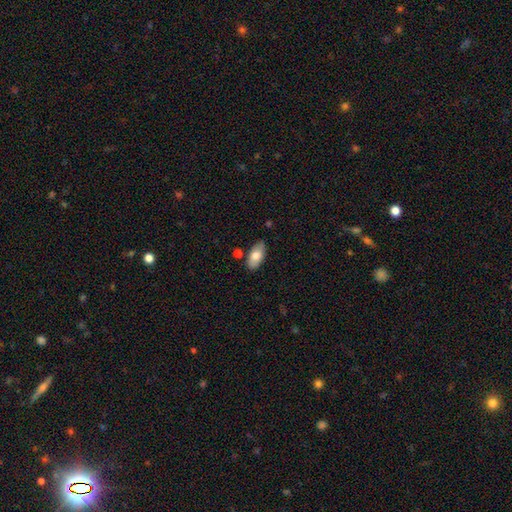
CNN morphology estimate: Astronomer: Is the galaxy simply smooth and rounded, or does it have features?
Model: smooth — 76%.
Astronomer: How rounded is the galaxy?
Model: in between — 92%.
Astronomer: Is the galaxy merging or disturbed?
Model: none — 81%.